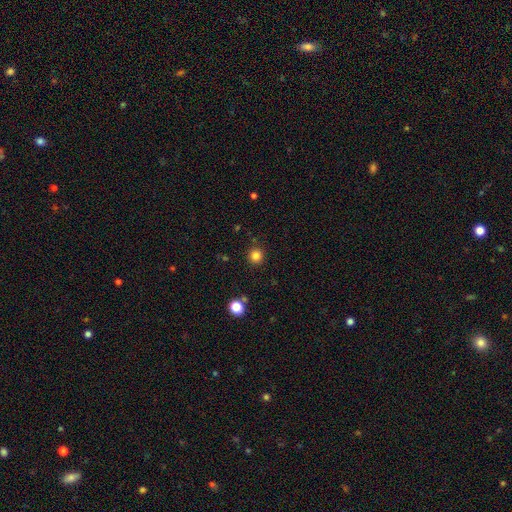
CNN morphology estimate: This appears to be a smooth galaxy with no disk features (83%) that is round (94%). Merging: none (90%).